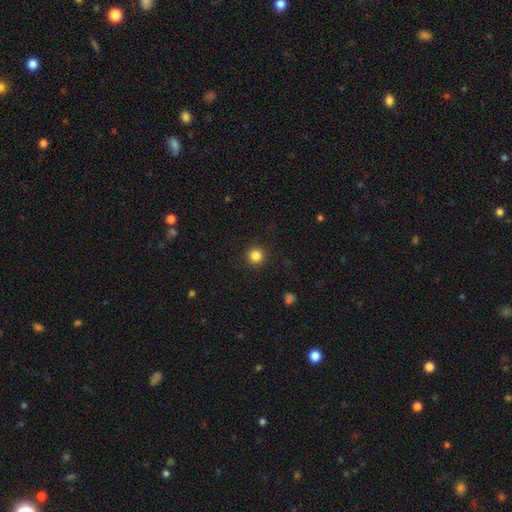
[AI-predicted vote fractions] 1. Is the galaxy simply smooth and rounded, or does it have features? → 83% smooth, 12% star or artifact, 5% featured or disk.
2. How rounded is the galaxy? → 96% round, 3% in between, 1% cigar-shaped.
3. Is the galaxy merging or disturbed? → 92% none, 5% minor disturbance, 2% major disturbance, 1% merger.